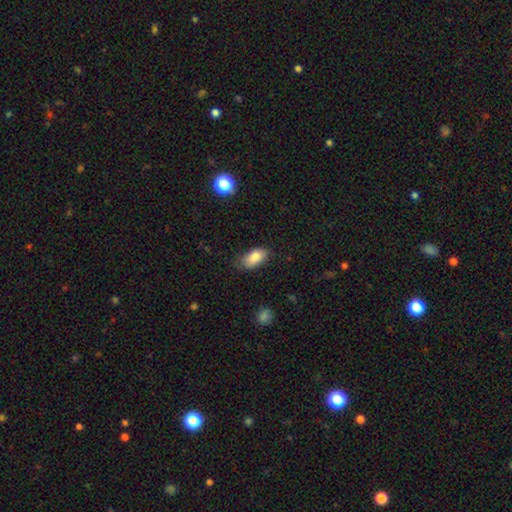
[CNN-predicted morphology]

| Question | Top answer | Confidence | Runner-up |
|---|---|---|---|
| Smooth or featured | smooth | 85% | featured or disk (8%) |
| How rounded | in between | 92% | cigar-shaped (5%) |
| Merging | none | 74% | minor disturbance (21%) |